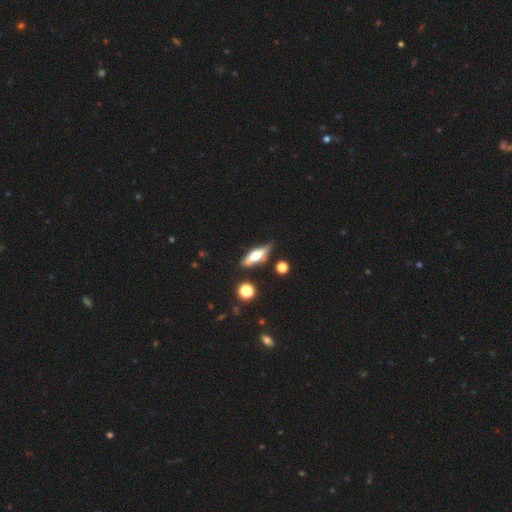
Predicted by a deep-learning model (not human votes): A featured or disk galaxy (52%) viewed edge-on (88%).

Vote fractions:
- Smooth or featured? featured or disk: 52% / smooth: 41% / star or artifact: 7%
- Edge-on disk? yes: 88% / no: 12%
- Merging? none: 74% / minor disturbance: 16% / merger: 5% / major disturbance: 4%